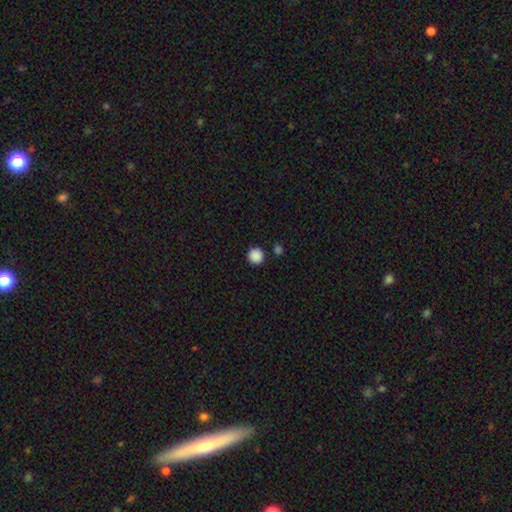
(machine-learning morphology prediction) A smooth galaxy with no disk features (88%) that is round (95%). Merging: none (88%).